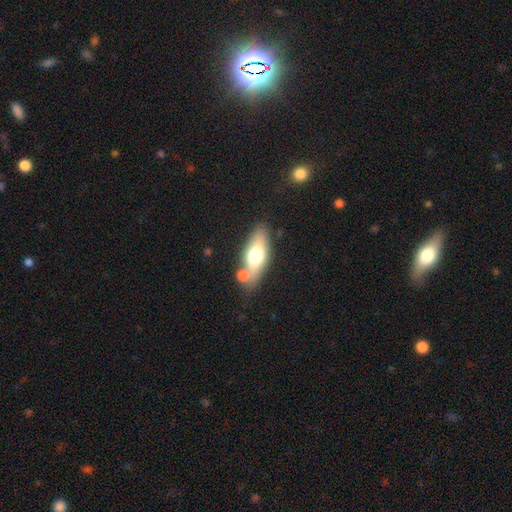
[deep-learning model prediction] A smooth galaxy with no disk features (62%) that is in between round and cigar-shaped (72%).

Vote fractions:
- Smooth or featured? smooth: 62% / featured or disk: 31% / star or artifact: 7%
- How rounded? in between: 72% / cigar-shaped: 24% / round: 4%
- Merging? none: 67% / merger: 16% / minor disturbance: 13% / major disturbance: 4%